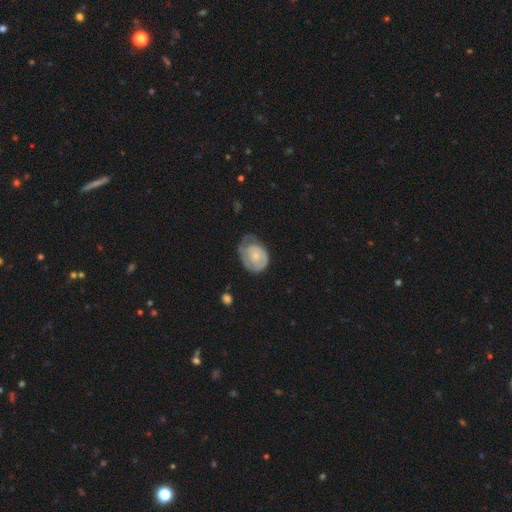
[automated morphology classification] This is possibly a featured or disk galaxy (50%). Merging: marginally none (36%, tied with minor disturbance).